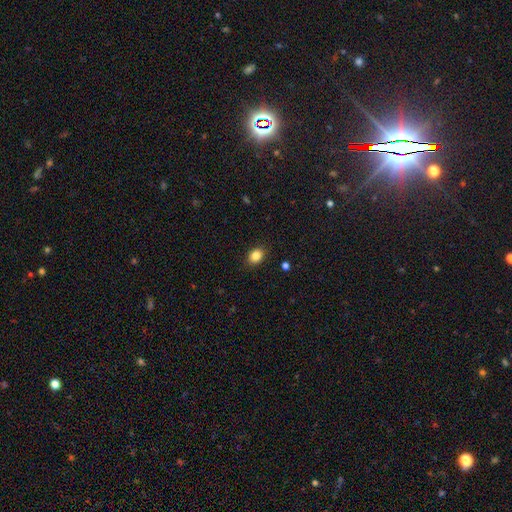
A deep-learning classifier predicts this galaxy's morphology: Smooth or featured: smooth — 85% (star or artifact — 10%)
How rounded: in between — 58% (round — 41%)
Merging: none — 88% (minor disturbance — 8%)